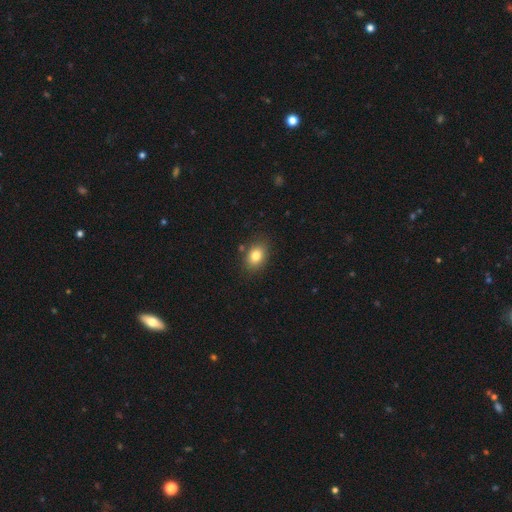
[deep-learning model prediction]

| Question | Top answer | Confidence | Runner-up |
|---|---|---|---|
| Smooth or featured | smooth | 81% | star or artifact (10%) |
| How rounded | in between | 72% | round (27%) |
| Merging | none | 81% | minor disturbance (12%) |